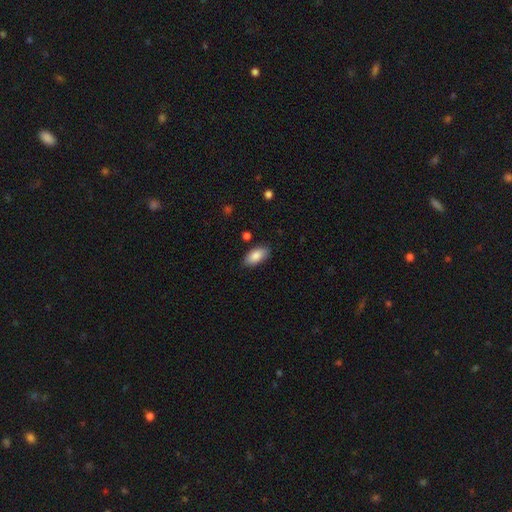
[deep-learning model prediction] Smooth or featured? Predicted: smooth (p=0.87). How rounded? Predicted: in between (p=0.93). Merging? Predicted: none (p=0.86).